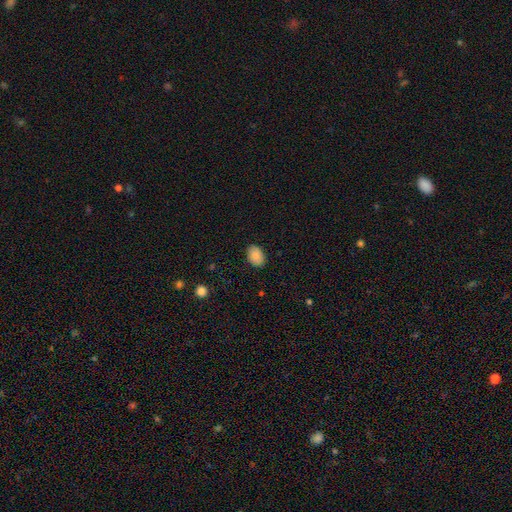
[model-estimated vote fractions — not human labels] Overall: smooth (86%). How rounded: in between (81%). Merging: none (87%).